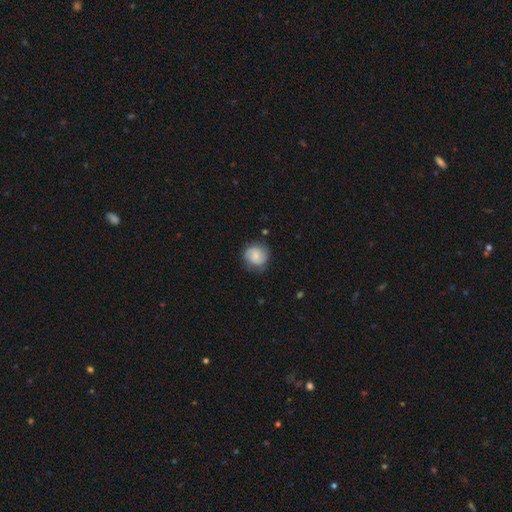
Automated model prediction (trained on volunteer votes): This is possibly a smooth galaxy (55%). How rounded: clearly round (86%). Merging: likely none (77%).